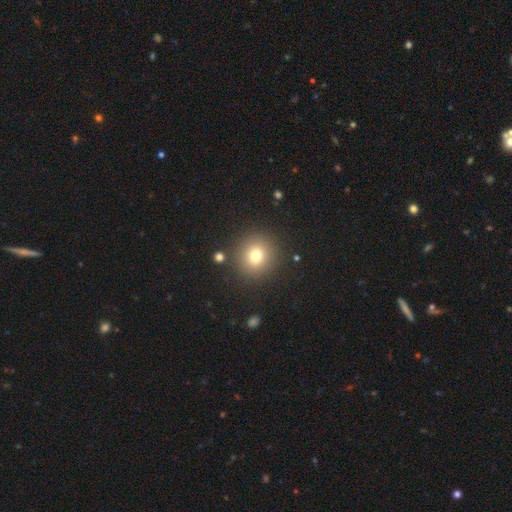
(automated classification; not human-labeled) Smooth or featured?
  - smooth: 75% *
  - star or artifact: 14%
  - featured or disk: 11%
How rounded?
  - round: 92% *
  - in between: 7%
  - cigar-shaped: 1%
Merging?
  - none: 88% *
  - minor disturbance: 7%
  - major disturbance: 3%
  - merger: 3%